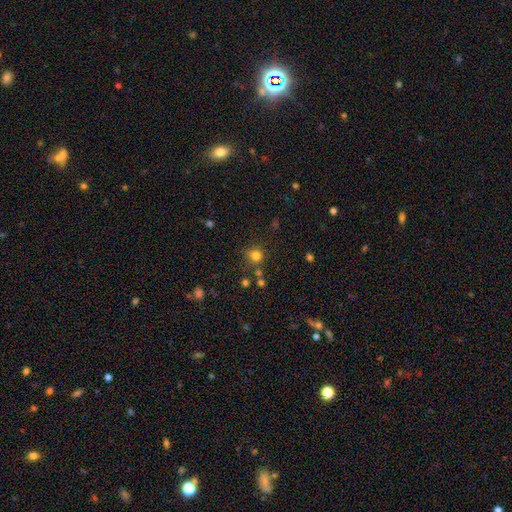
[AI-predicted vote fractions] smooth 77%, star or artifact 16%, featured or disk 6%. Down the decision tree: how rounded — round (89%); merging — none (73%).